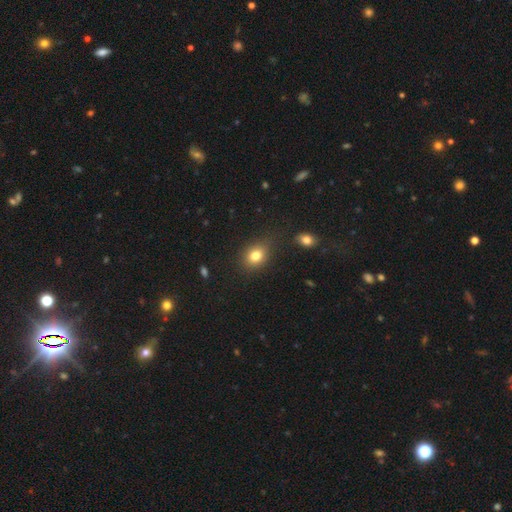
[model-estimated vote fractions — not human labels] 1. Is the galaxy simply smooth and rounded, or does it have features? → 80% smooth, 12% star or artifact, 8% featured or disk.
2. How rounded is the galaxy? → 52% in between, 47% round, 1% cigar-shaped.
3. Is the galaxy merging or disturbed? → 77% none, 15% minor disturbance, 5% major disturbance, 4% merger.